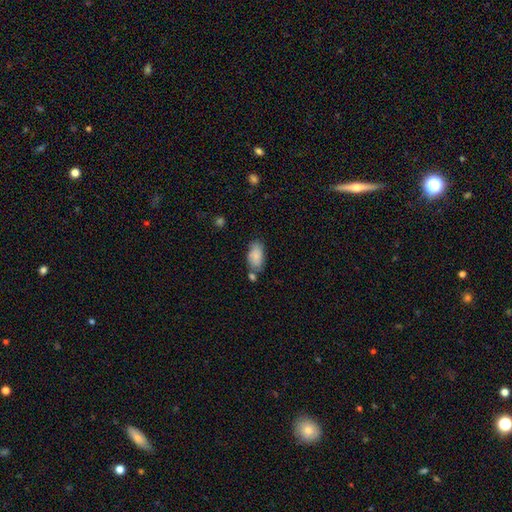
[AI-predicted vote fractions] This is clearly a smooth galaxy (83%). How rounded: clearly in between (93%). Merging: likely none (60%).